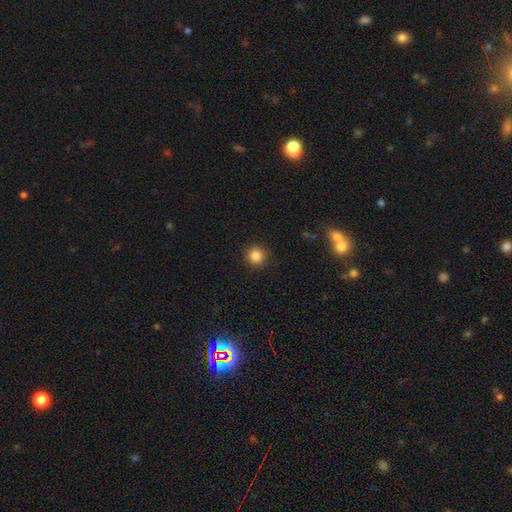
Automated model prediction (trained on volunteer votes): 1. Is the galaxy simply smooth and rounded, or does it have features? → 85% smooth, 11% star or artifact, 4% featured or disk.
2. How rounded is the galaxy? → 95% round, 5% in between, 1% cigar-shaped.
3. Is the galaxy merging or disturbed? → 91% none, 6% minor disturbance, 2% major disturbance, 1% merger.